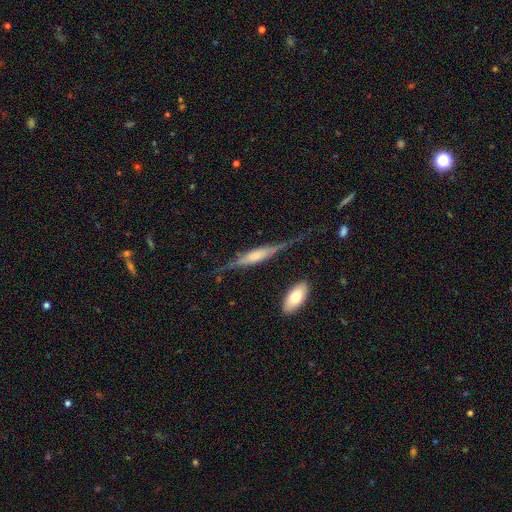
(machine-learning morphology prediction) This appears to be a featured or disk galaxy (76%) viewed edge-on (96%) with a boxy central bulge (45%). Merging: none (69%).